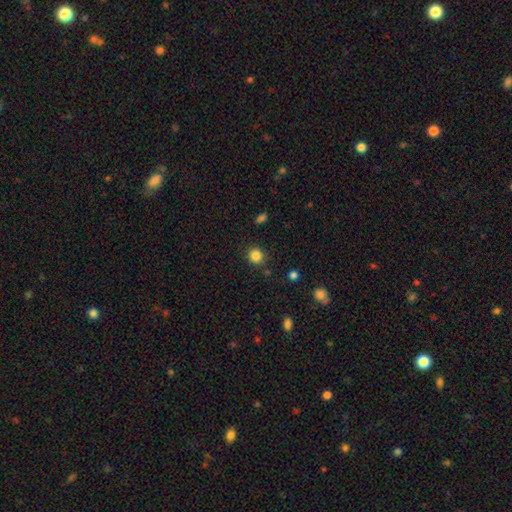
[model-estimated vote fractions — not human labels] A smooth galaxy with no disk features (84%) that is round (88%). Merging: none (88%).